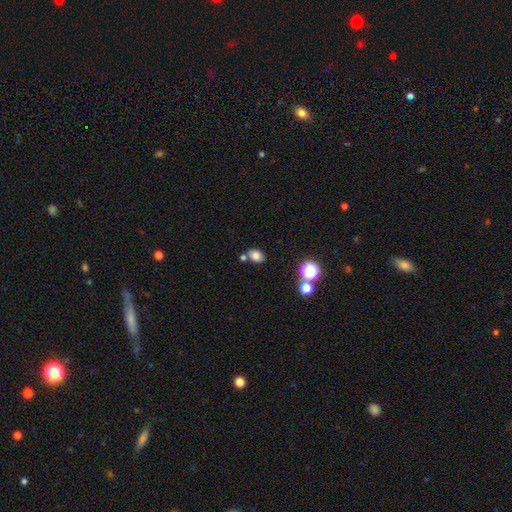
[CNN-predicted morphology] Smooth or featured?
  - smooth: 78% *
  - star or artifact: 13%
  - featured or disk: 9%
How rounded?
  - in between: 65% *
  - round: 33%
  - cigar-shaped: 1%
Merging?
  - none: 69% *
  - merger: 15%
  - minor disturbance: 12%
  - major disturbance: 3%